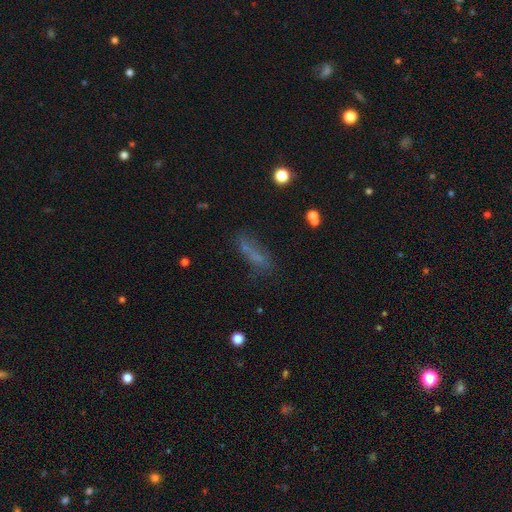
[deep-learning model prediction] A smooth galaxy with no disk features (56%) that is cigar-shaped (50%).

Vote fractions:
- Smooth or featured? smooth: 56% / featured or disk: 23% / star or artifact: 21%
- How rounded? cigar-shaped: 50% / in between: 45% / round: 5%
- Merging? none: 51% / minor disturbance: 22% / major disturbance: 18% / merger: 8%